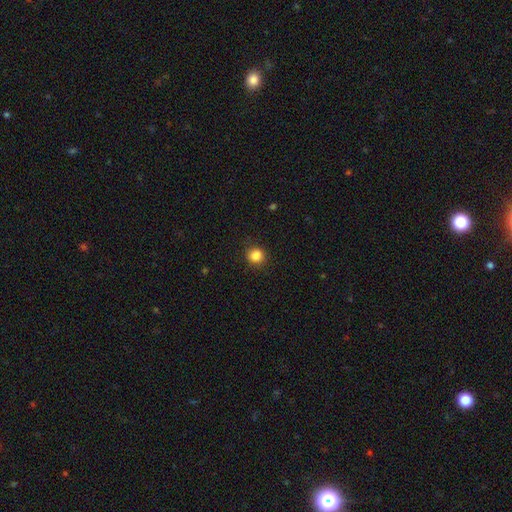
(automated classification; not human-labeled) The model was most divided on "how rounded": round: 85%, in between: 14%, cigar-shaped: 1%. More confident: merging — none (87%); smooth or featured — smooth (86%).